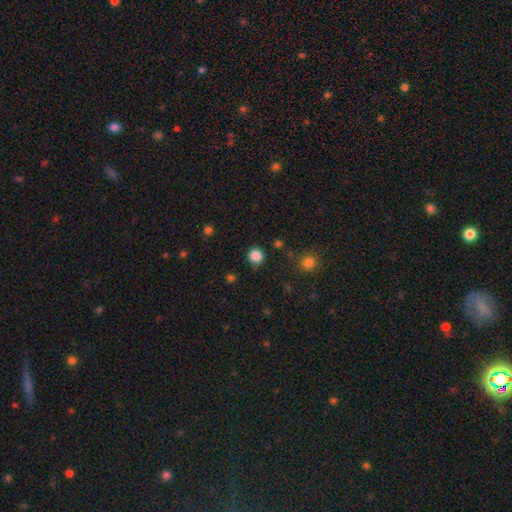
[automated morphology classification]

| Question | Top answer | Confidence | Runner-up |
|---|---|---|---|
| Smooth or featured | smooth | 85% | star or artifact (12%) |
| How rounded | round | 93% | in between (6%) |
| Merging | none | 88% | minor disturbance (7%) |